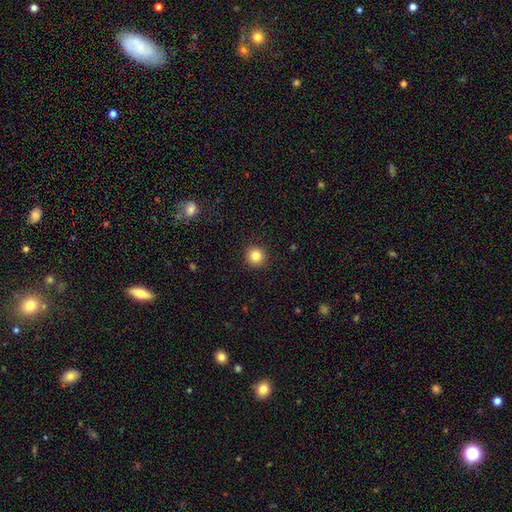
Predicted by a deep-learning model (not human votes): Smooth or featured?
  - smooth: 84% *
  - star or artifact: 11%
  - featured or disk: 5%
How rounded?
  - round: 93% *
  - in between: 6%
  - cigar-shaped: 1%
Merging?
  - none: 92% *
  - minor disturbance: 5%
  - major disturbance: 2%
  - merger: 1%